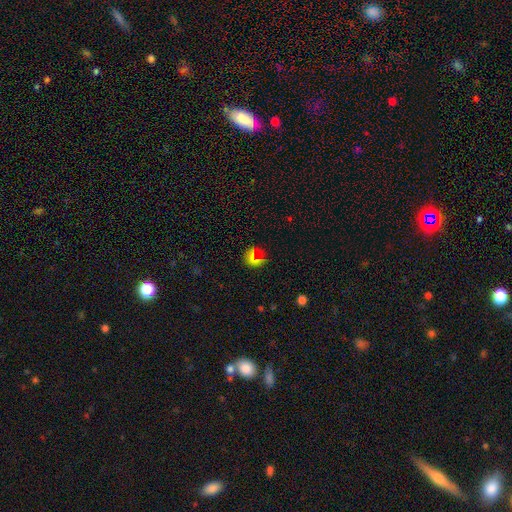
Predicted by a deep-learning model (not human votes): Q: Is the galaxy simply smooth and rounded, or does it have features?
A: smooth — 61%.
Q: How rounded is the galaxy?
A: round — 88%.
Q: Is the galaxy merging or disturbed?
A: none — 83%.